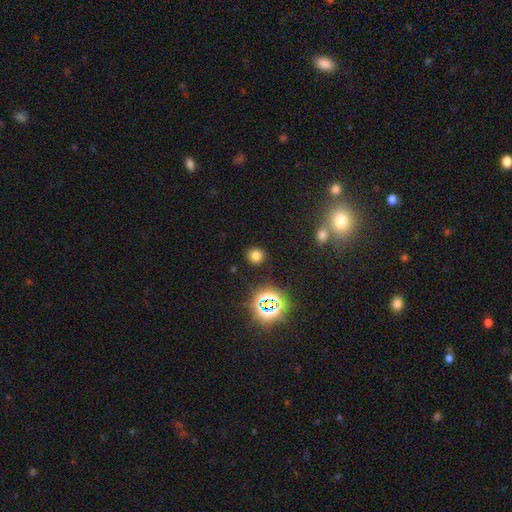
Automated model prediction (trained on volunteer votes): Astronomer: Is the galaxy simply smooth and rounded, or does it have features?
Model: smooth — 72%.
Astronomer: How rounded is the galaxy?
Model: round — 88%.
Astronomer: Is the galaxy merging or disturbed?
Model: none — 88%.